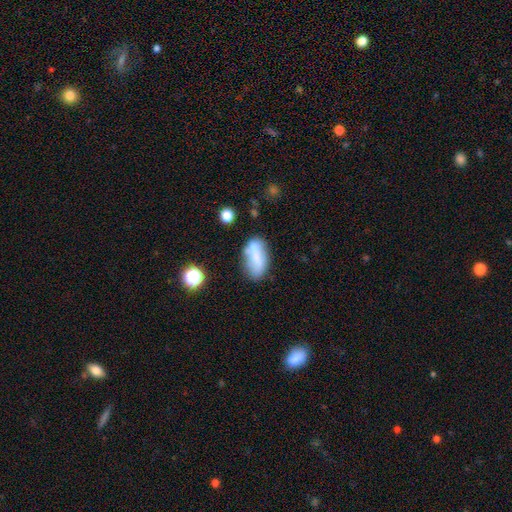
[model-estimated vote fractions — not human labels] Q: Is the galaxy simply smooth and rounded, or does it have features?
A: smooth — 68%.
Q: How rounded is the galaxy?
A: in between — 83%.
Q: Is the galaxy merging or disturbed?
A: none — 56%.